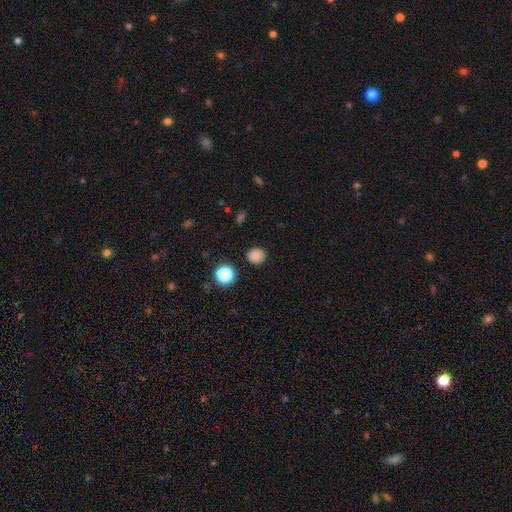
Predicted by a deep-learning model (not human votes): Smooth or featured? smooth (82%)
How rounded? round (87%)
Merging? none (89%)